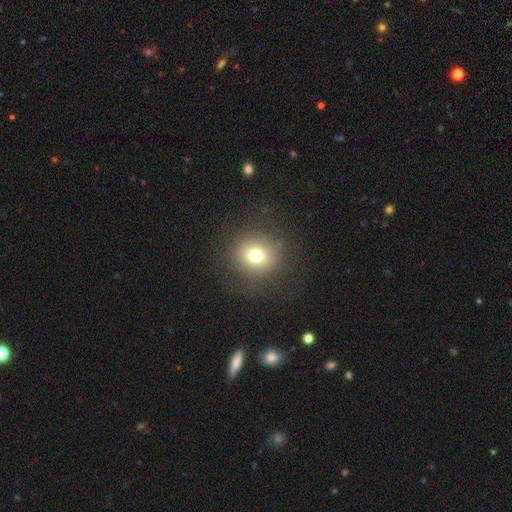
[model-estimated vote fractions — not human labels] smooth_or_featured: smooth (p=0.74) [alt: star or artifact p=0.15]
how_rounded: round (p=0.88) [alt: in between p=0.11]
merging: none (p=0.86) [alt: minor disturbance p=0.08]